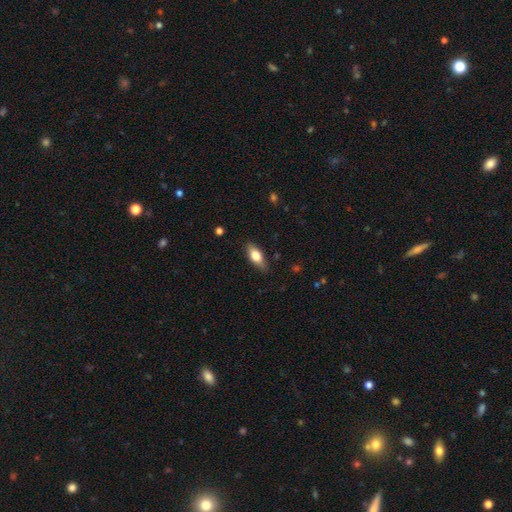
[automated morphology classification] type=smooth (69%); roundness=in between (77%); merging=none (84%).